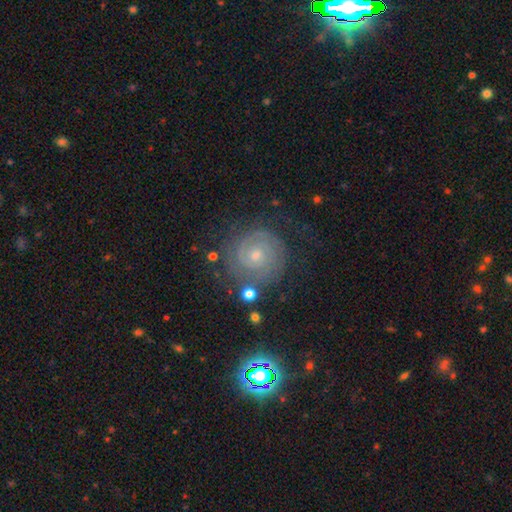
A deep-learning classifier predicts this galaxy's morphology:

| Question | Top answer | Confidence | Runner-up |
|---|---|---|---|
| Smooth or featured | featured or disk | 80% | smooth (11%) |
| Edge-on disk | no | 98% | yes (2%) |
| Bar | no | 70% | weak (25%) |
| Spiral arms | yes | 96% | no (4%) |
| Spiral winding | tight | 78% | medium (18%) |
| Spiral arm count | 2 | 64% | can't tell (17%) |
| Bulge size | small | 52% | moderate (43%) |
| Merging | none | 78% | minor disturbance (13%) |